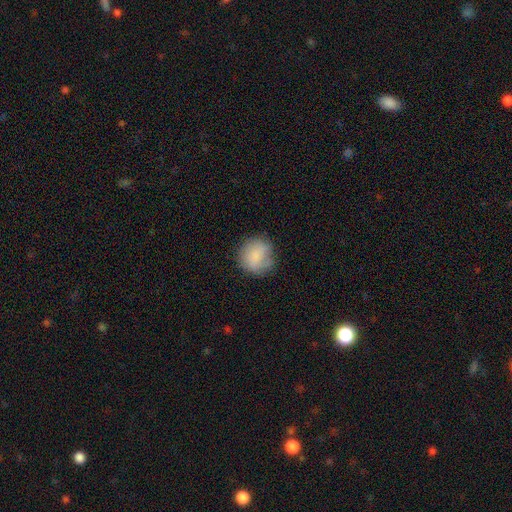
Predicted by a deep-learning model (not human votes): The model was most divided on "merging": none: 67%, minor disturbance: 23%, major disturbance: 8%, merger: 2%. More confident: how rounded — round (83%); smooth or featured — smooth (81%).